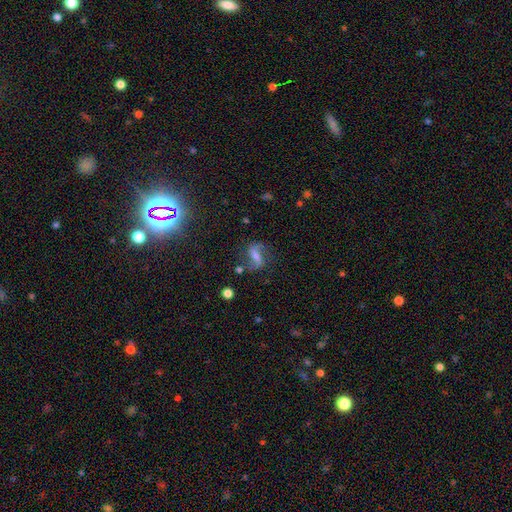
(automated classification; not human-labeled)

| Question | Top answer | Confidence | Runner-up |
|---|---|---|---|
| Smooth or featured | featured or disk | 61% | smooth (26%) |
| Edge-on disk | no | 94% | yes (6%) |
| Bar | strong | 41% | weak (37%) |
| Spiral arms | yes | 86% | no (14%) |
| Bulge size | moderate | 31% | none (29%) |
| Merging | none | 62% | minor disturbance (19%) |